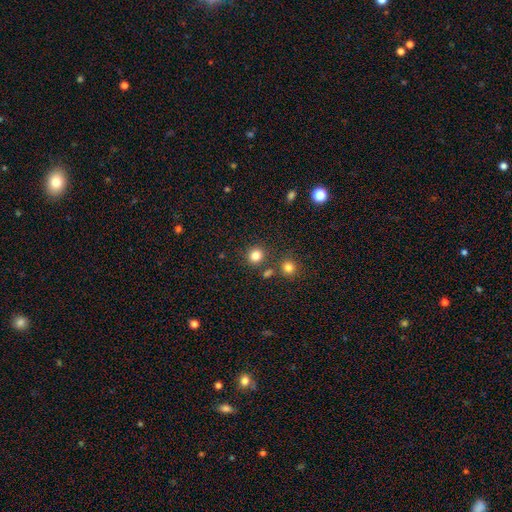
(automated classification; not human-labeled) A smooth galaxy with no disk features (83%) that is round (87%). Merging: none (82%).